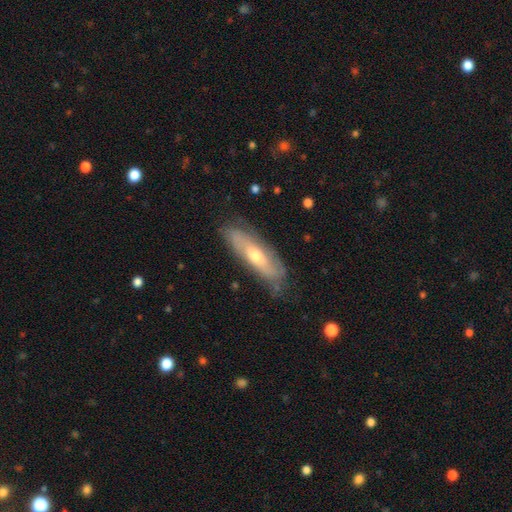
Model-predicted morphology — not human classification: Overall: featured or disk (52%; smooth 42%). Edge-on disk: no (59%; yes 41%). Merging: none (72%).